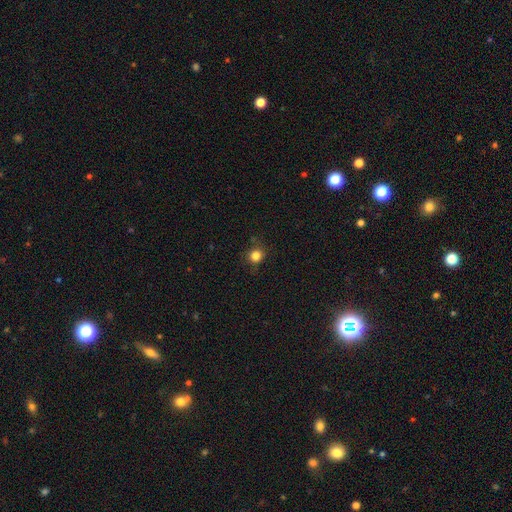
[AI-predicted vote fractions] Smooth or featured? smooth (83%)
How rounded? round (88%)
Merging? none (84%)